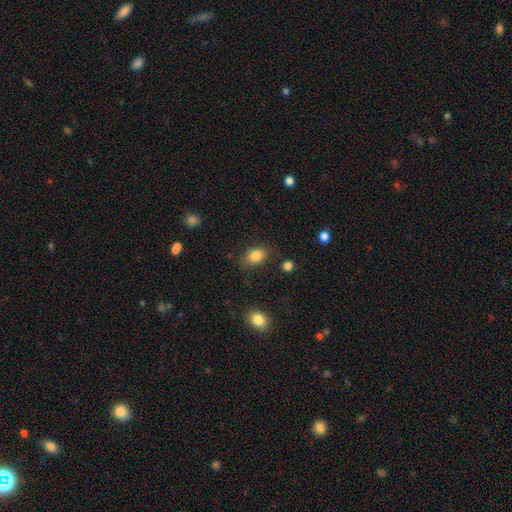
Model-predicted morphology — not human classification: Smooth or featured? Predicted: smooth (p=0.83). How rounded? Predicted: in between (p=0.81). Merging? Predicted: none (p=0.78).